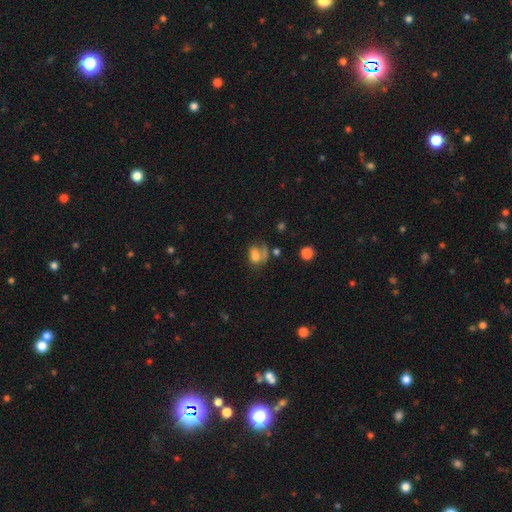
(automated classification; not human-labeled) Morphology: type=smooth (61%); roundness=in between (67%); merging=none (33%).